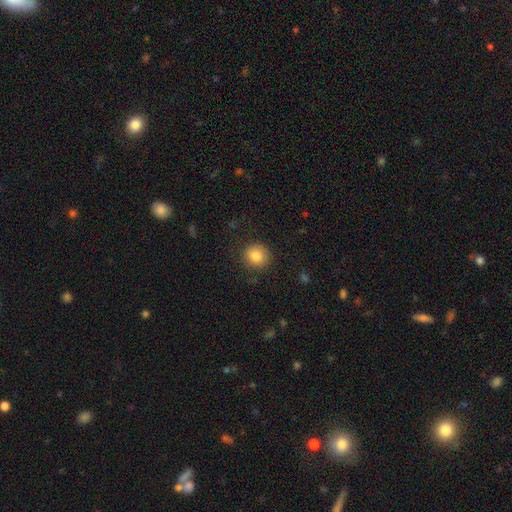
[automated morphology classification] Q: Smooth or featured?
A: smooth (85%); runner-up: star or artifact (10%)
Q: How rounded?
A: round (86%); runner-up: in between (13%)
Q: Merging?
A: none (86%); runner-up: minor disturbance (10%)